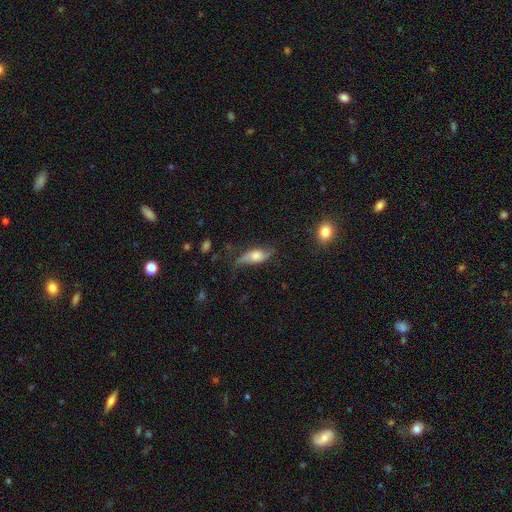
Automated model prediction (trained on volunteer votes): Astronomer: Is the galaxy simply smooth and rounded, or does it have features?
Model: featured or disk — 49% (runner-up: smooth, 43%).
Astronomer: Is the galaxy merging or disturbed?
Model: none — 59%.